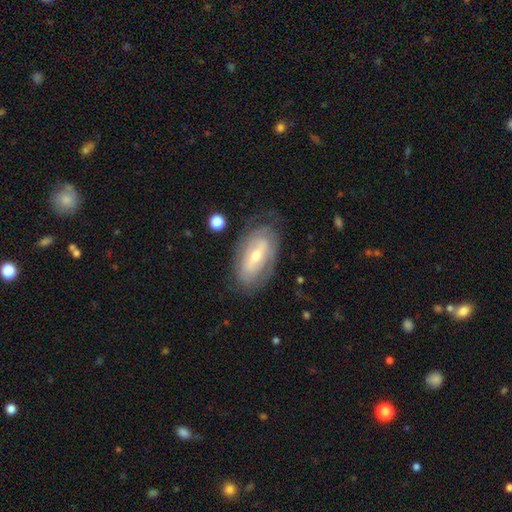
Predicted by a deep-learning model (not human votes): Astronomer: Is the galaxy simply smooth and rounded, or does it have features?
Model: featured or disk — 73%.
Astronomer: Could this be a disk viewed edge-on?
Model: no — 90%.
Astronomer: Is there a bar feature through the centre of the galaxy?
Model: strong — 38% (runner-up: weak, 37%).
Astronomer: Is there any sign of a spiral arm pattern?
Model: yes — 72%.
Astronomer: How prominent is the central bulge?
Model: moderate — 53% (runner-up: small, 43%).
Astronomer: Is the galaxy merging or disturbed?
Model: none — 72%.